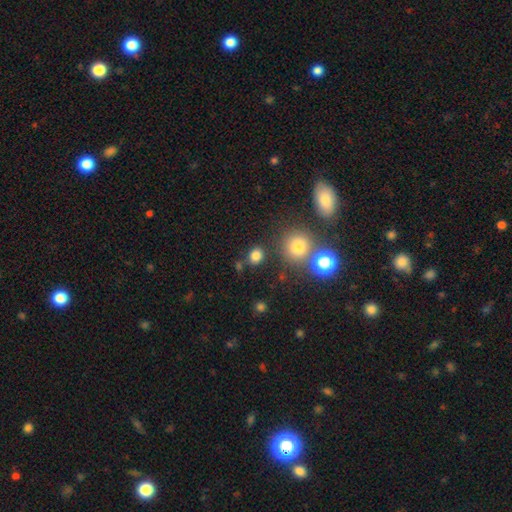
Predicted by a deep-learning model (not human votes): Smooth or featured? smooth (79%)
How rounded? round (63%)
Merging? none (78%)